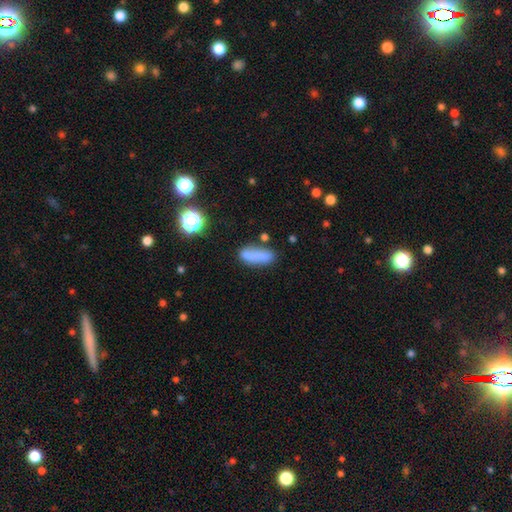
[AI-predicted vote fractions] This is likely a smooth galaxy (77%). How rounded: possibly in between (57%). Merging: likely none (66%).